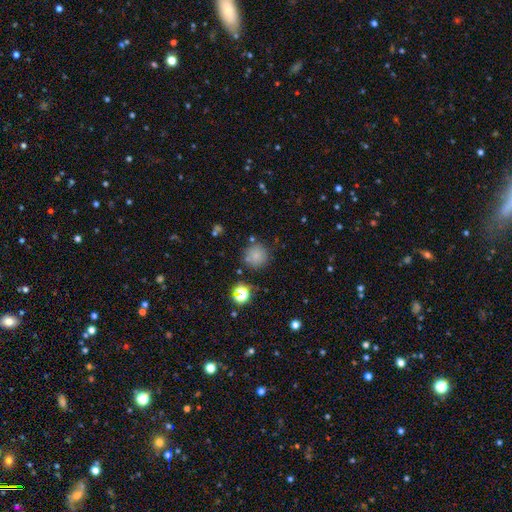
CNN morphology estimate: This appears to be a smooth galaxy with no disk features (76%) that is round (94%). Merging: none (78%).